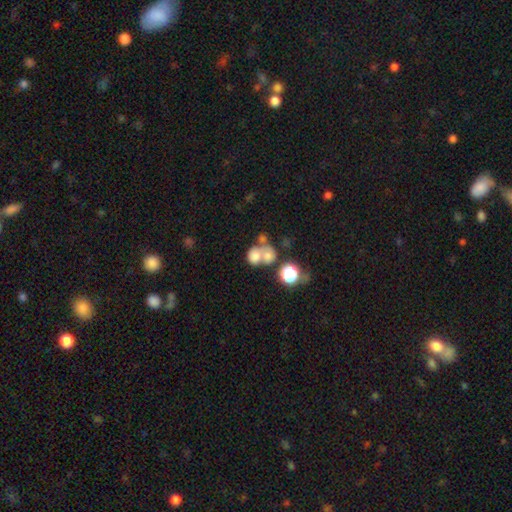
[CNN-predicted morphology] smooth-or-featured: smooth: 69% | featured or disk: 17% | star or artifact: 13%
  how-rounded: round: 71% | in between: 28% | cigar-shaped: 1%
  merging: merger: 57% | none: 28% | minor disturbance: 8% | major disturbance: 6%